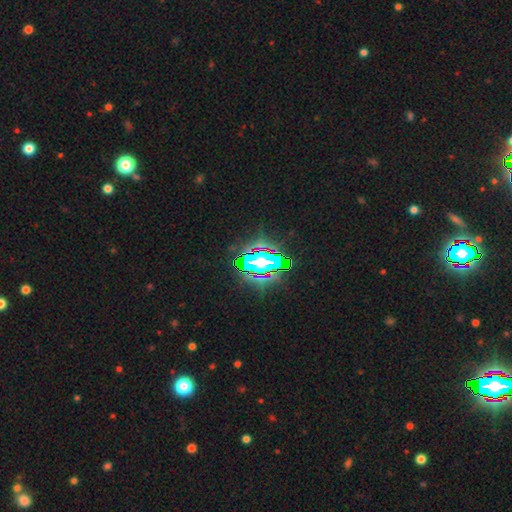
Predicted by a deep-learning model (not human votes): Smooth or featured? Predicted: star or artifact (p=0.76).